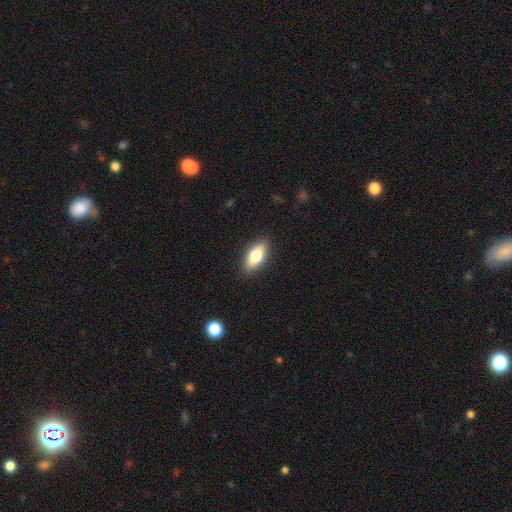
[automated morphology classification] Overall: smooth (74%). How rounded: in between (79%). Merging: none (88%).